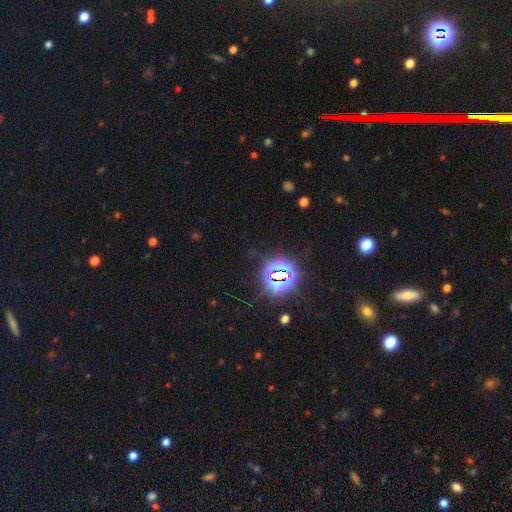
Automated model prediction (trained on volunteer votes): The model was most divided on "smooth or featured": star or artifact: 80%, smooth: 13%, featured or disk: 8%.